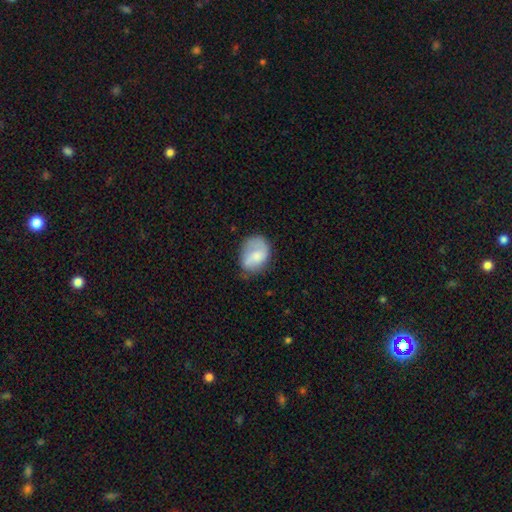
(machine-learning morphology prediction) Smooth or featured? Predicted: smooth (p=0.59). How rounded? Predicted: in between (p=0.60). Merging? Predicted: none (p=0.51).